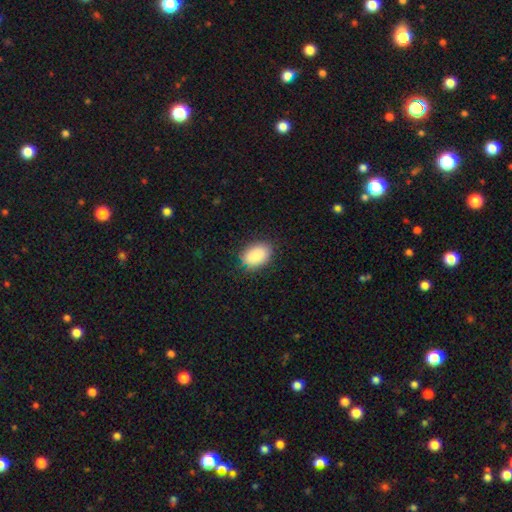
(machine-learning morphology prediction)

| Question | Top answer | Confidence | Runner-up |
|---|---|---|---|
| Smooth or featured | smooth | 89% | star or artifact (7%) |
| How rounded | in between | 83% | round (16%) |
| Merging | none | 82% | minor disturbance (14%) |